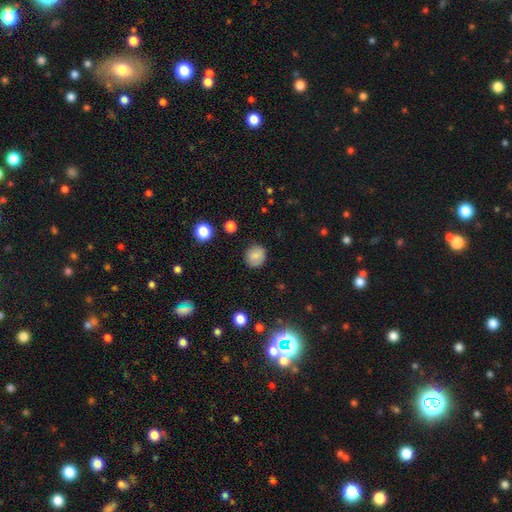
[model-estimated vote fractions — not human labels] Smooth or featured? smooth (80%)
How rounded? round (84%)
Merging? none (87%)